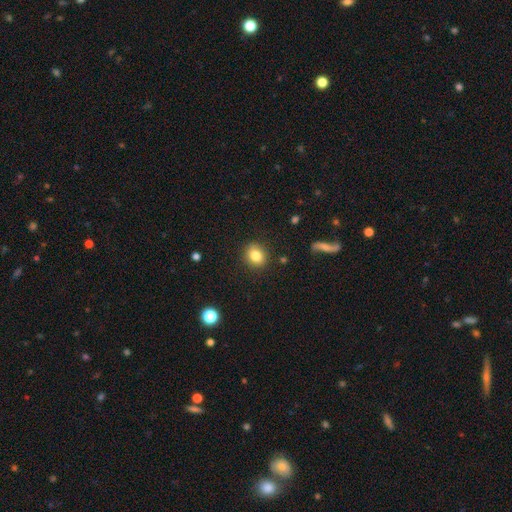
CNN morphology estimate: smooth 83%, star or artifact 10%, featured or disk 7%. Down the decision tree: how rounded — round (57%); merging — none (88%).